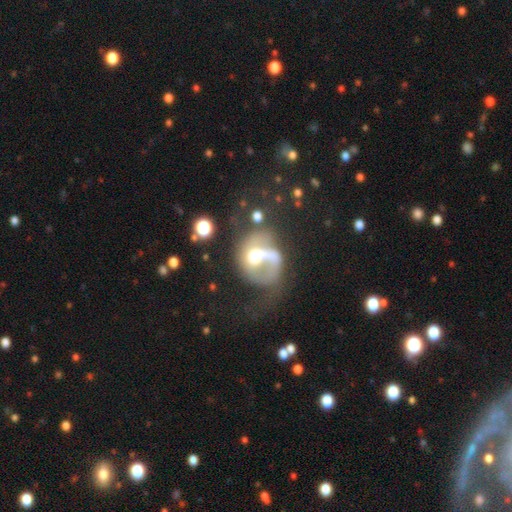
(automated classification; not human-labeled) A featured or disk galaxy (57%) with no bar (75%), no spiral arms (58%) and a moderate central bulge (58%).

Vote fractions:
- Smooth or featured? featured or disk: 57% / smooth: 33% / star or artifact: 10%
- Edge-on disk? no: 97% / yes: 3%
- Bar? no: 75% / weak: 19% / strong: 6%
- Spiral arms? no: 58% / yes: 42%
- Bulge size? moderate: 58% / large: 20% / small: 12% / none: 6% / dominant: 4%
- Merging? major disturbance: 39% / merger: 31% / none: 19% / minor disturbance: 12%